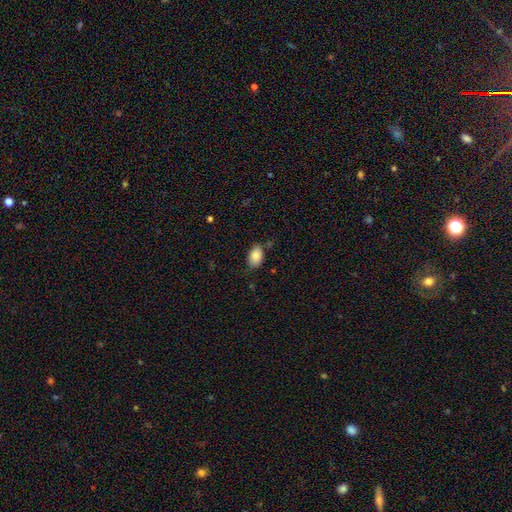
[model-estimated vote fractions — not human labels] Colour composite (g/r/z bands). It shows a smooth galaxy with no disk features (84%) that is in between round and cigar-shaped (89%). Merging: none (77%).